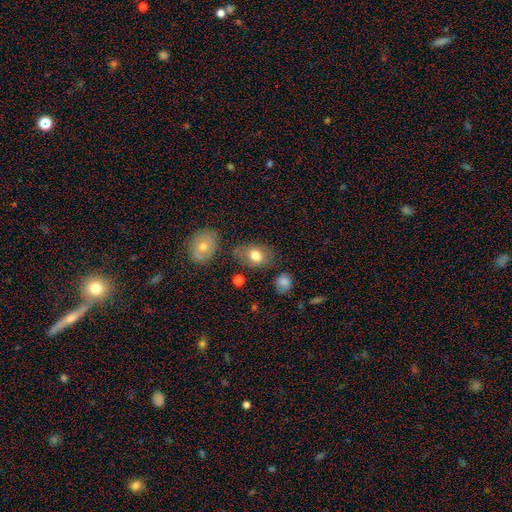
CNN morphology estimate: A smooth galaxy with no disk features (76%) that is in between round and cigar-shaped (74%).

Vote fractions:
- Smooth or featured? smooth: 76% / featured or disk: 15% / star or artifact: 9%
- How rounded? in between: 74% / round: 25% / cigar-shaped: 1%
- Merging? none: 67% / minor disturbance: 20% / merger: 7% / major disturbance: 6%